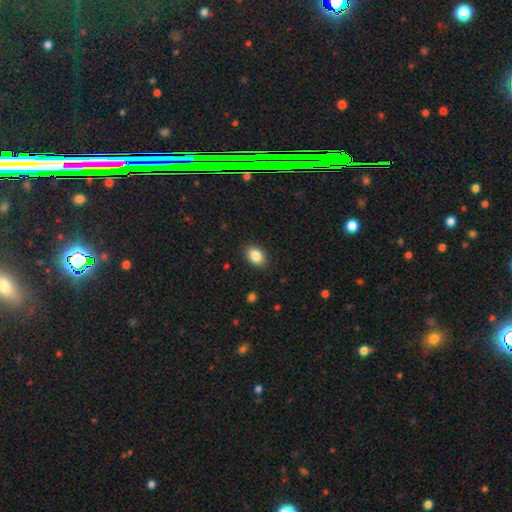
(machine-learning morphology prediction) Smooth or featured? Predicted: smooth (p=0.86). How rounded? Predicted: in between (p=0.82). Merging? Predicted: none (p=0.87).